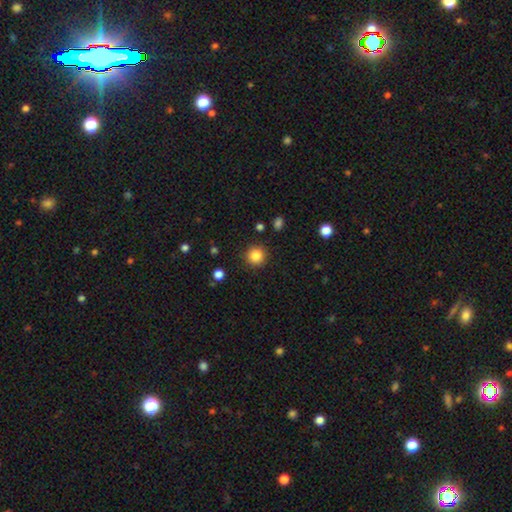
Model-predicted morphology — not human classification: Q: Smooth or featured?
A: smooth (85%); runner-up: star or artifact (11%)
Q: How rounded?
A: round (94%); runner-up: in between (5%)
Q: Merging?
A: none (89%); runner-up: minor disturbance (7%)